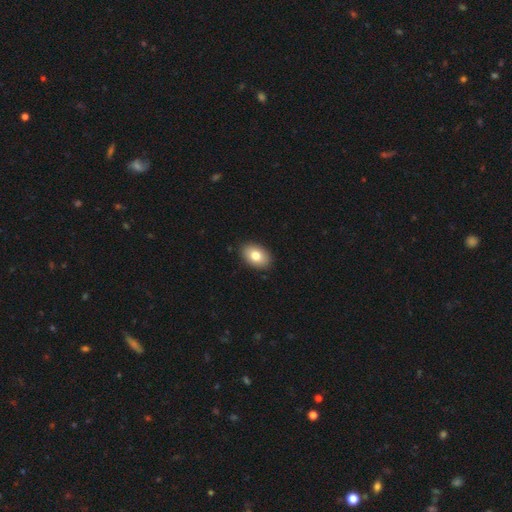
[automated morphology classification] This is clearly a smooth galaxy (80%). How rounded: clearly in between (86%). Merging: clearly none (89%).